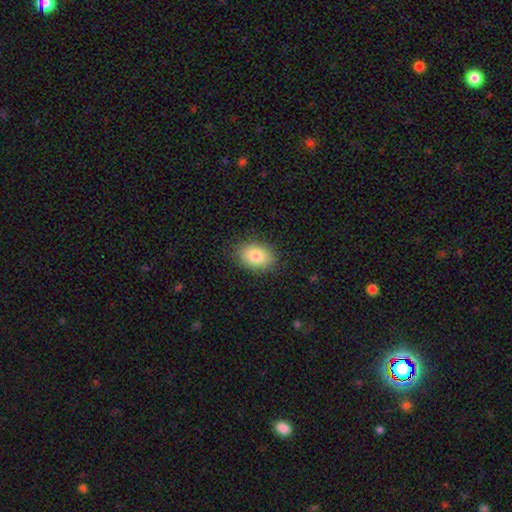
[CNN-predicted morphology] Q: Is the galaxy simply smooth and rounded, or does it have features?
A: smooth — 84%.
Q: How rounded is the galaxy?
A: in between — 81%.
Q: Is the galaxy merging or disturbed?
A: none — 86%.